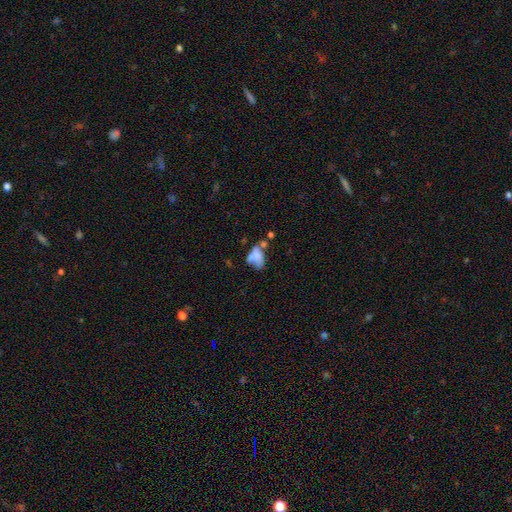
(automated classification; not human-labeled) Smooth or featured?
  - smooth: 62% *
  - featured or disk: 26%
  - star or artifact: 12%
How rounded?
  - in between: 84% *
  - round: 13%
  - cigar-shaped: 3%
Merging?
  - major disturbance: 28% *
  - merger: 27%
  - none: 24%
  - minor disturbance: 21%